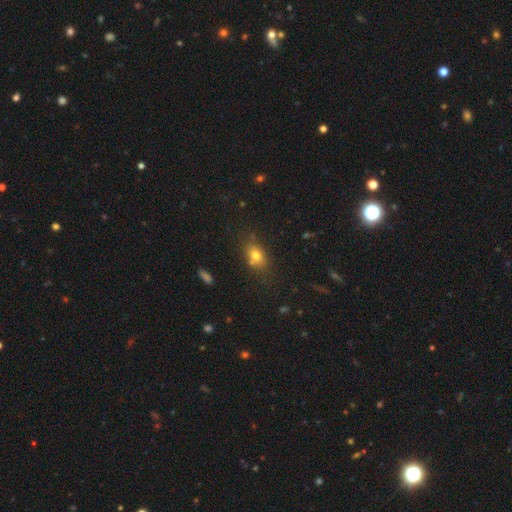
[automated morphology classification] Smooth or featured? Predicted: smooth (p=0.75). How rounded? Predicted: in between (p=0.71). Merging? Predicted: none (p=0.67).